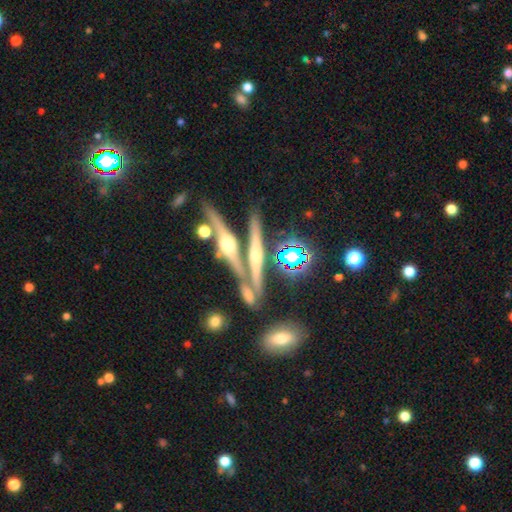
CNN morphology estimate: Smooth or featured: featured or disk — 80% (star or artifact — 10%)
Edge-on disk: yes — 95% (no — 5%)
Edge-on bulge: rounded — 93% (boxy — 4%)
Merging: none — 70% (merger — 18%)